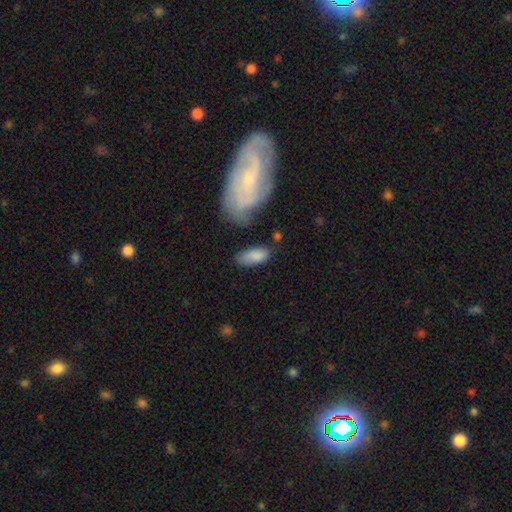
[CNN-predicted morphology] smooth-or-featured: smooth: 83% | featured or disk: 11% | star or artifact: 7%
  how-rounded: in between: 88% | cigar-shaped: 9% | round: 2%
  merging: none: 65% | minor disturbance: 22% | major disturbance: 7% | merger: 6%